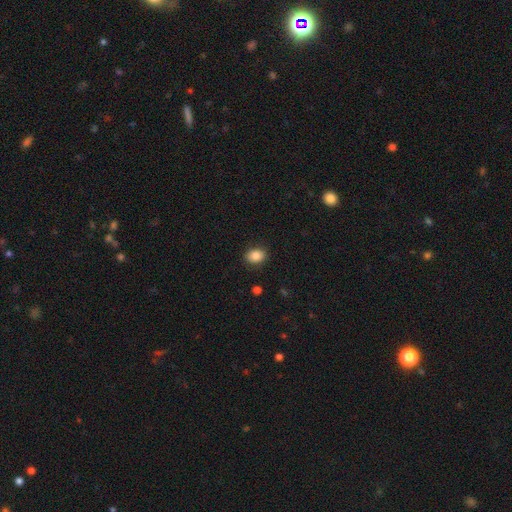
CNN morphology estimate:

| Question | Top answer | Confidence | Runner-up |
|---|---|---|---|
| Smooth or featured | smooth | 86% | star or artifact (9%) |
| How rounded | in between | 68% | round (31%) |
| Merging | none | 88% | minor disturbance (8%) |